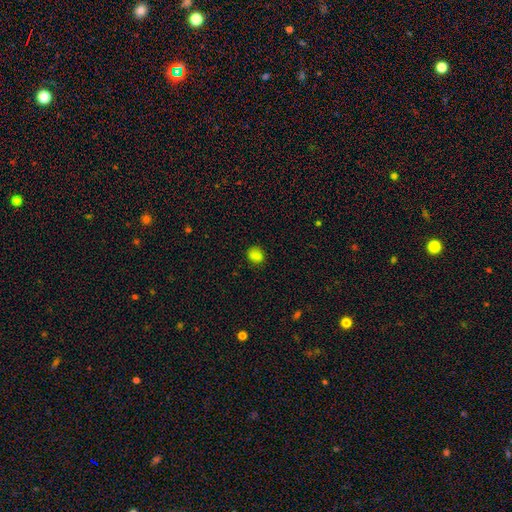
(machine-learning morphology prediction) The model was most divided on "how rounded": round: 56%, in between: 43%, cigar-shaped: 1%. More confident: merging — none (81%); smooth or featured — smooth (81%).